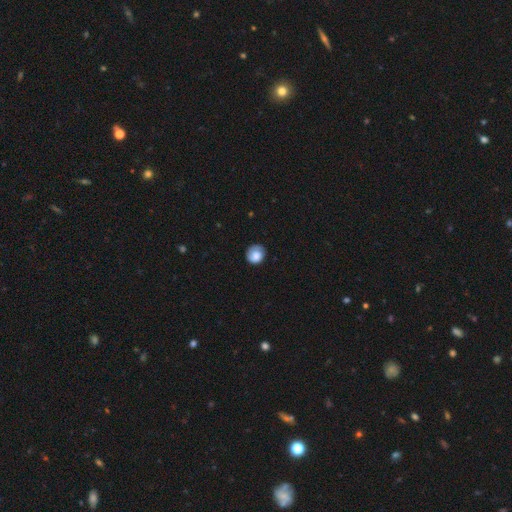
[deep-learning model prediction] Smooth or featured? Predicted: smooth (p=0.76). How rounded? Predicted: round (p=0.83). Merging? Predicted: none (p=0.72).